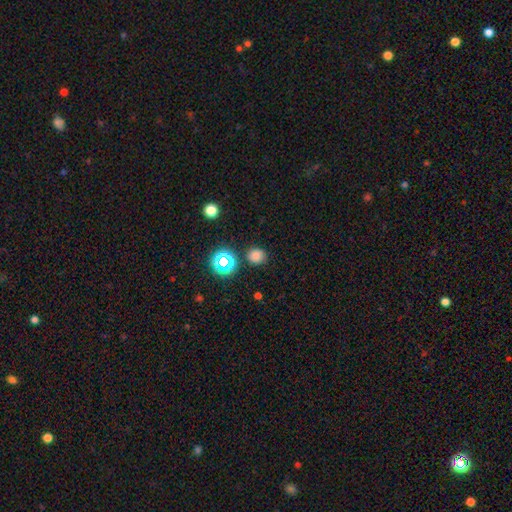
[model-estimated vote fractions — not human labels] Morphology: type=smooth (75%); roundness=round (84%); merging=none (84%).